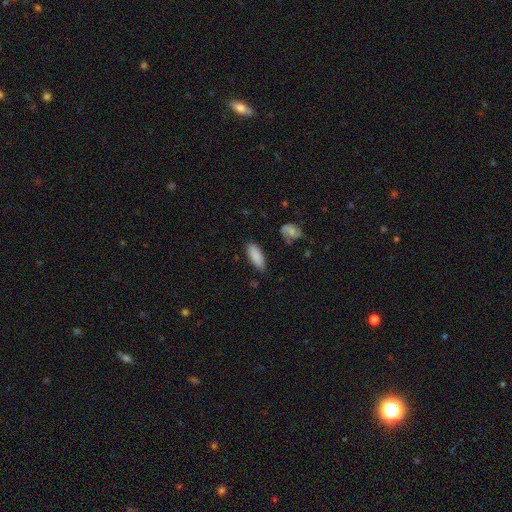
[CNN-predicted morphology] smooth-or-featured: smooth: 86% | featured or disk: 7% | star or artifact: 7%
  how-rounded: in between: 72% | cigar-shaped: 26% | round: 2%
  merging: none: 80% | minor disturbance: 14% | major disturbance: 3% | merger: 2%